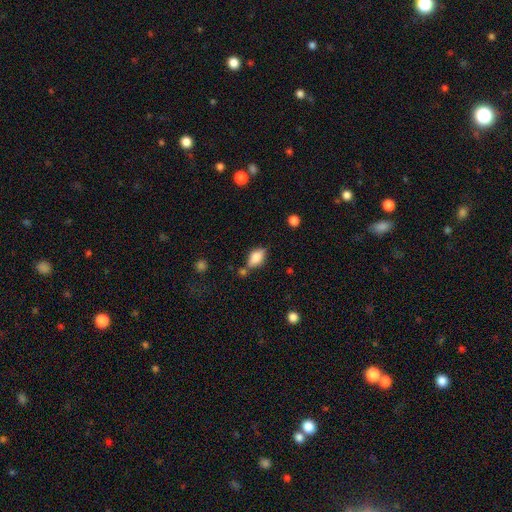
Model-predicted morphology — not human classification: Smooth or featured? Predicted: smooth (p=0.76). How rounded? Predicted: in between (p=0.87). Merging? Predicted: none (p=0.64).